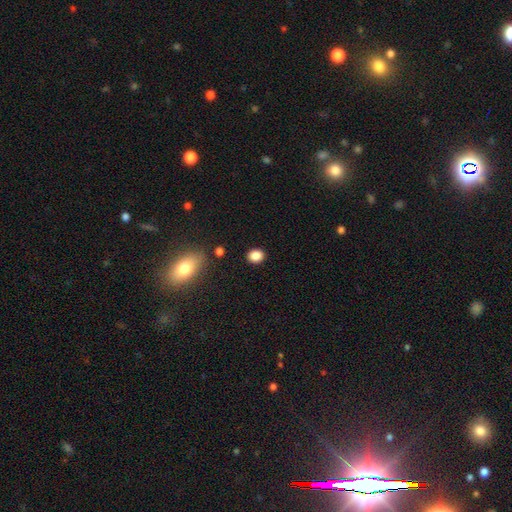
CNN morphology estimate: This appears to be a smooth galaxy with no disk features (86%) that is round (59%). Merging: none (88%).